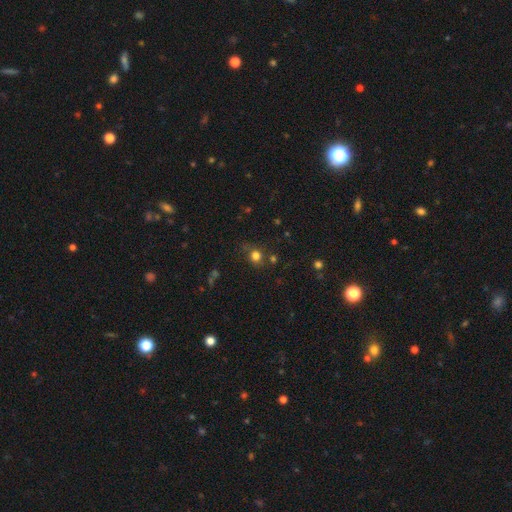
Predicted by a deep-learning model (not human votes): A smooth galaxy with no disk features (75%) that is round (84%).

Vote fractions:
- Smooth or featured? smooth: 75% / star or artifact: 18% / featured or disk: 7%
- How rounded? round: 84% / in between: 15% / cigar-shaped: 1%
- Merging? none: 71% / minor disturbance: 16% / major disturbance: 7% / merger: 6%